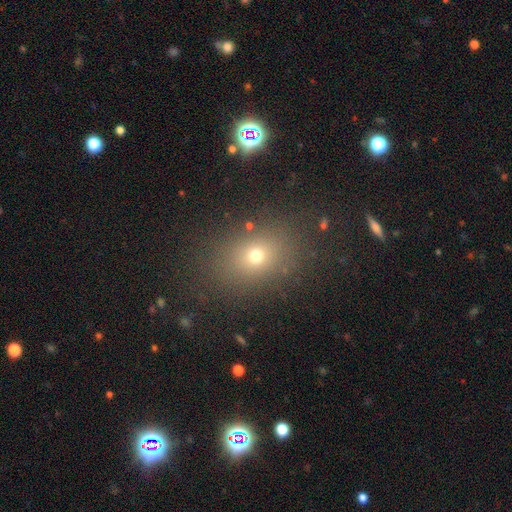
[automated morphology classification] Overall: smooth (67%). How rounded: in between (58%; round 41%). Merging: none (83%).